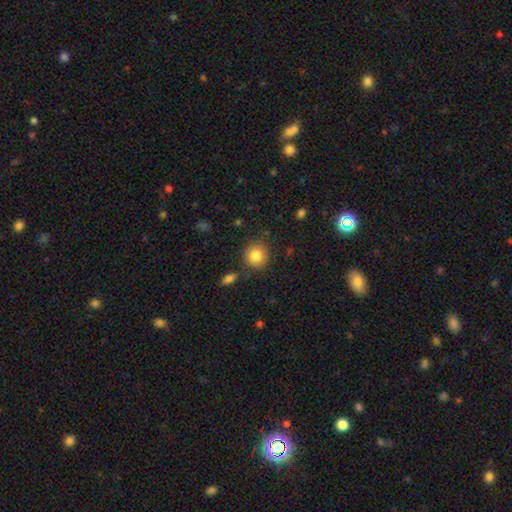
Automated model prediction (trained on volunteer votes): smooth_or_featured: smooth (p=0.84) [alt: star or artifact p=0.09]
how_rounded: round (p=0.89) [alt: in between p=0.10]
merging: none (p=0.84) [alt: minor disturbance p=0.09]